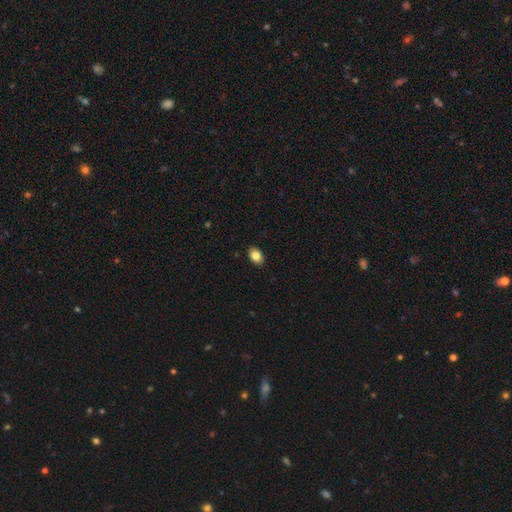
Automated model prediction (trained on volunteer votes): A smooth galaxy with no disk features (84%) that is in between round and cigar-shaped (78%).

Vote fractions:
- Smooth or featured? smooth: 84% / star or artifact: 9% / featured or disk: 8%
- How rounded? in between: 78% / round: 21% / cigar-shaped: 1%
- Merging? none: 89% / minor disturbance: 8% / major disturbance: 2% / merger: 1%